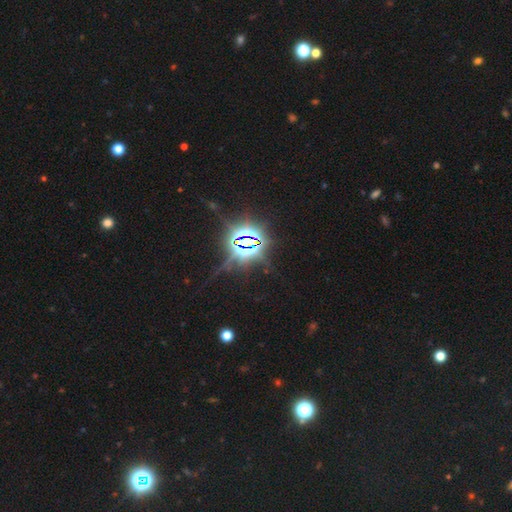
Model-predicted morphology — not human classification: Smooth or featured? Predicted: star or artifact (p=0.85).